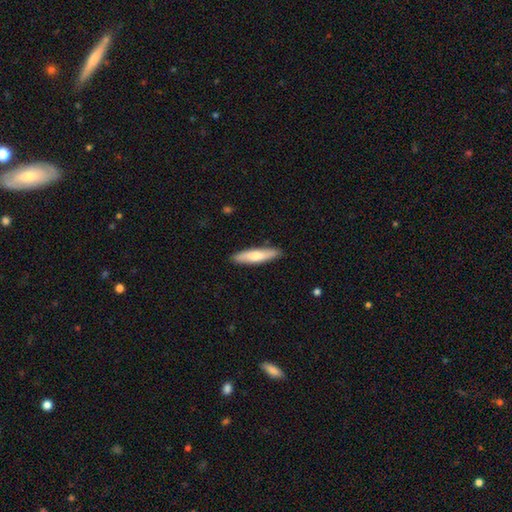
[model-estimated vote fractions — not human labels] Smooth or featured? smooth (69%)
How rounded? cigar-shaped (79%)
Merging? none (88%)